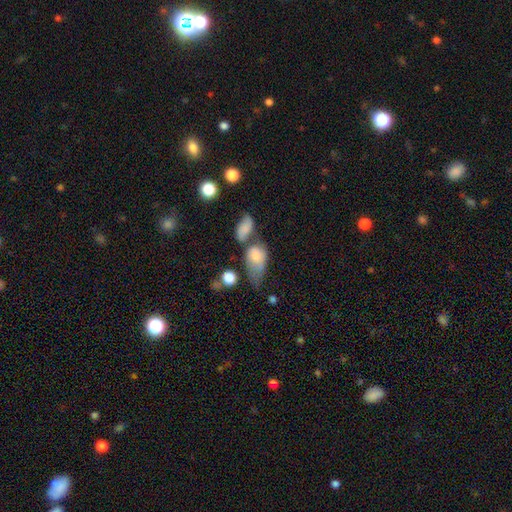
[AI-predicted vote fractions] smooth 71%, featured or disk 20%, star or artifact 9%. Down the decision tree: how rounded — in between (80%); merging — merger (39%).